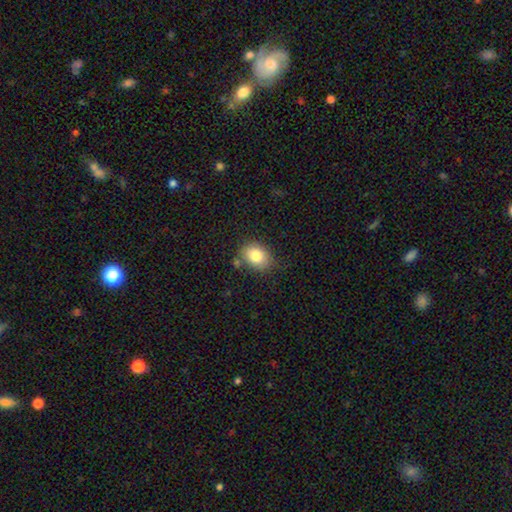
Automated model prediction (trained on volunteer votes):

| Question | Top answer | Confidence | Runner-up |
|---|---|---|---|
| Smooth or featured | smooth | 81% | featured or disk (10%) |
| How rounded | in between | 58% | round (41%) |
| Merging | none | 73% | minor disturbance (18%) |